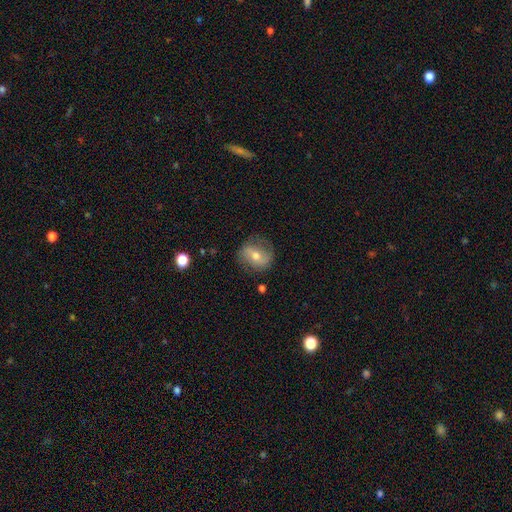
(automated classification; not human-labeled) The model was most divided on "smooth or featured": smooth: 46%, featured or disk: 45%, star or artifact: 8%. More confident: merging — none (72%).